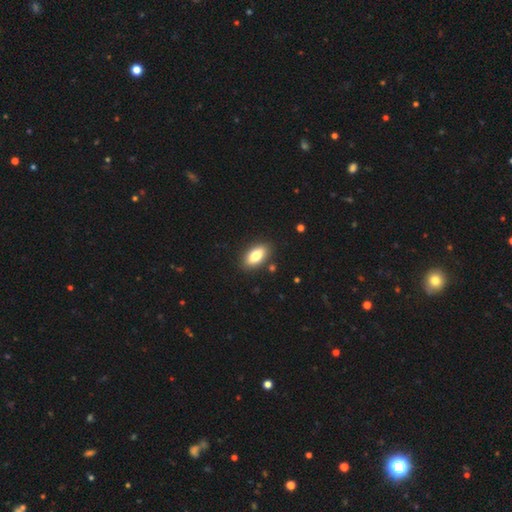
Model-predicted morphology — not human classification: Smooth or featured? smooth (80%)
How rounded? in between (91%)
Merging? none (88%)